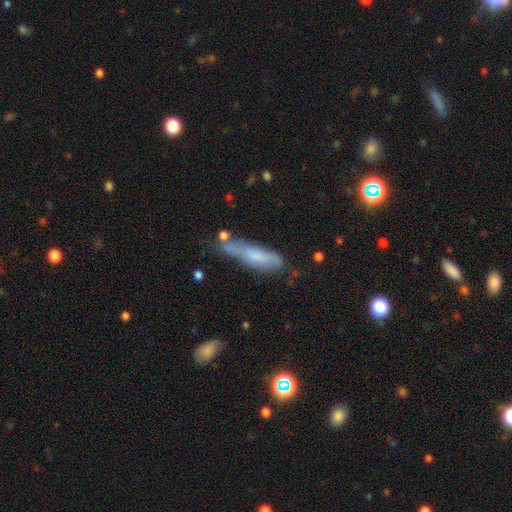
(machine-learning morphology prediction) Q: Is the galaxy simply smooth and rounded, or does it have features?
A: smooth — 63%.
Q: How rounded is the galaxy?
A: cigar-shaped — 69%.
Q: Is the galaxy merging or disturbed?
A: none — 46%.